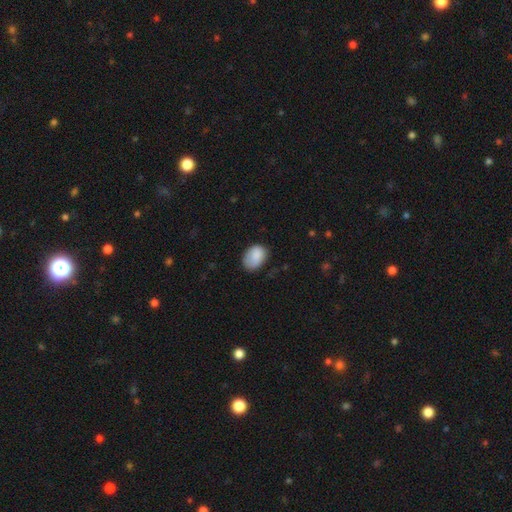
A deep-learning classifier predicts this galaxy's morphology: A smooth galaxy with no disk features (85%) that is in between round and cigar-shaped (76%).

Vote fractions:
- Smooth or featured? smooth: 85% / star or artifact: 8% / featured or disk: 7%
- How rounded? in between: 76% / round: 23% / cigar-shaped: 1%
- Merging? none: 64% / minor disturbance: 27% / major disturbance: 7% / merger: 2%